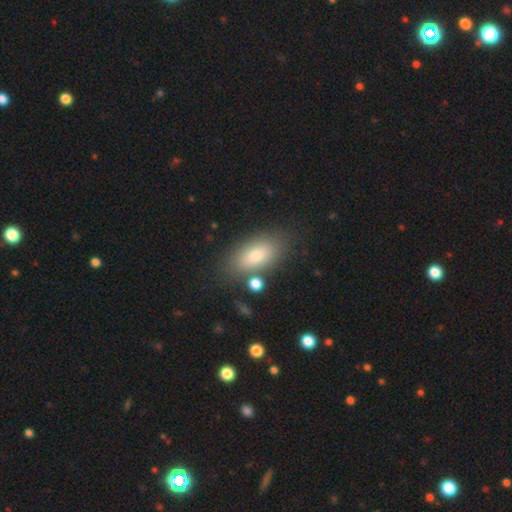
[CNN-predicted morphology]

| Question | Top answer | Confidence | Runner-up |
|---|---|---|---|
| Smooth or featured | smooth | 78% | featured or disk (14%) |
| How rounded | in between | 88% | cigar-shaped (7%) |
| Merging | none | 77% | minor disturbance (13%) |